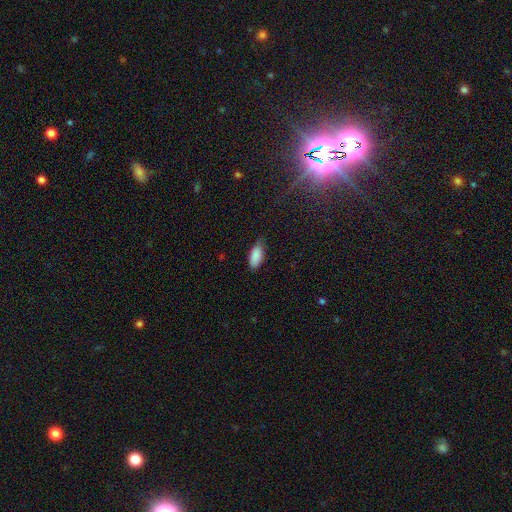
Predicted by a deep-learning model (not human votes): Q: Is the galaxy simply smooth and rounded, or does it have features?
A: smooth — 87%.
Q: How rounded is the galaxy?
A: in between — 89%.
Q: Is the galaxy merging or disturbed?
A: none — 56%.